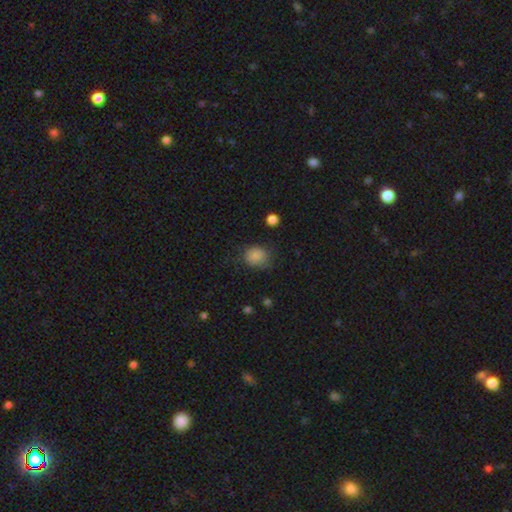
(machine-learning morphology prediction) Overall: smooth (84%). How rounded: round (70%). Merging: none (66%).